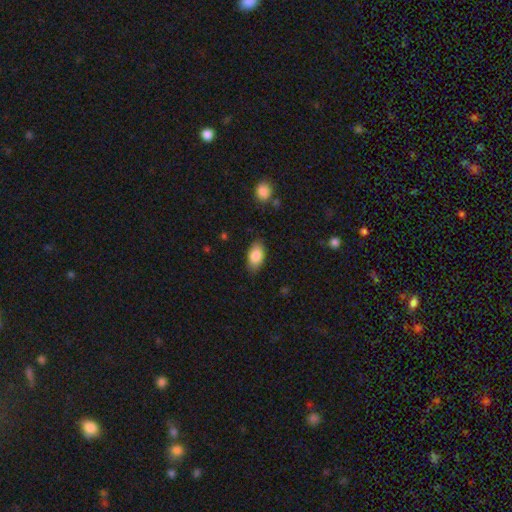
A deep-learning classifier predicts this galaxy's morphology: A smooth galaxy with no disk features (86%) that is in between round and cigar-shaped (93%).

Vote fractions:
- Smooth or featured? smooth: 86% / featured or disk: 8% / star or artifact: 7%
- How rounded? in between: 93% / round: 5% / cigar-shaped: 3%
- Merging? none: 82% / minor disturbance: 14% / major disturbance: 3% / merger: 1%